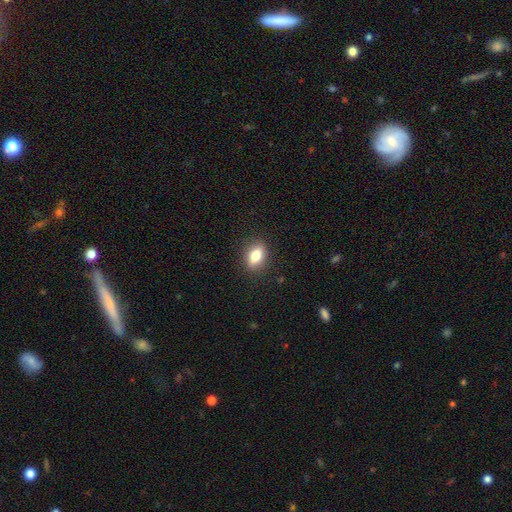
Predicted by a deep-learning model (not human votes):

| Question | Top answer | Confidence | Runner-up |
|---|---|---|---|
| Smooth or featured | smooth | 79% | featured or disk (12%) |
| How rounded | in between | 80% | round (16%) |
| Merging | none | 88% | minor disturbance (9%) |